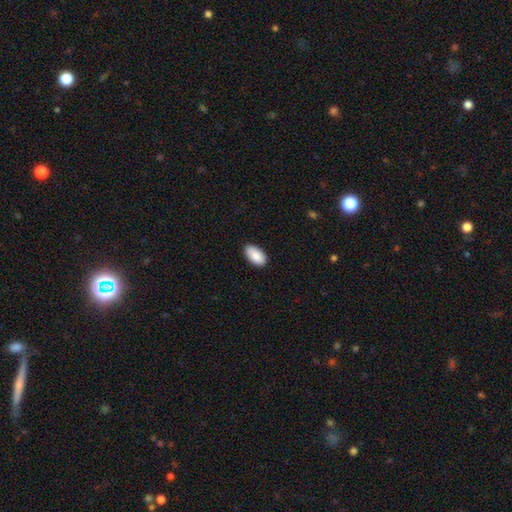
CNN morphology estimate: Overall: smooth (88%). How rounded: in between (95%). Merging: none (85%).